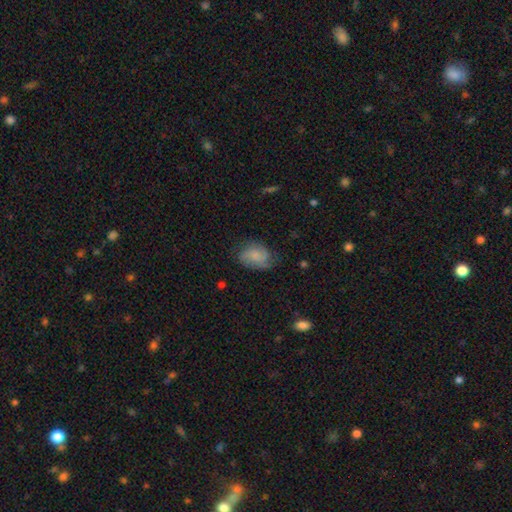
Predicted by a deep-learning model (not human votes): Smooth or featured?
  - smooth: 59% *
  - featured or disk: 33%
  - star or artifact: 8%
How rounded?
  - in between: 75% *
  - round: 24%
  - cigar-shaped: 1%
Merging?
  - none: 57% *
  - minor disturbance: 29%
  - major disturbance: 12%
  - merger: 2%